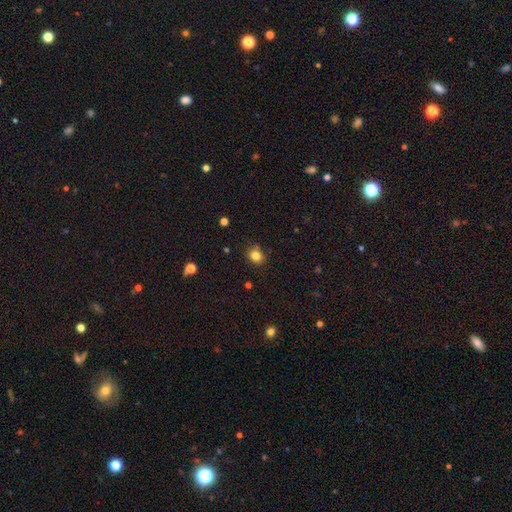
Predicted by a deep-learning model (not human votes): Smooth or featured? Predicted: smooth (p=0.82). How rounded? Predicted: round (p=0.76). Merging? Predicted: none (p=0.83).